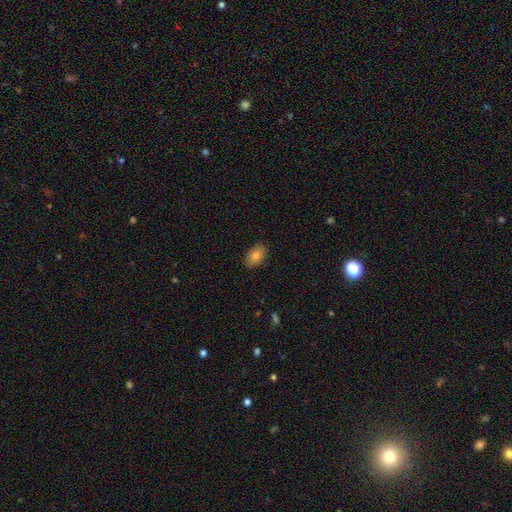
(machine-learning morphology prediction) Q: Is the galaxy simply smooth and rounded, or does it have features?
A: smooth — 81%.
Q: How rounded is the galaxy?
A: in between — 90%.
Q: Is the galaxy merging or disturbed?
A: none — 88%.